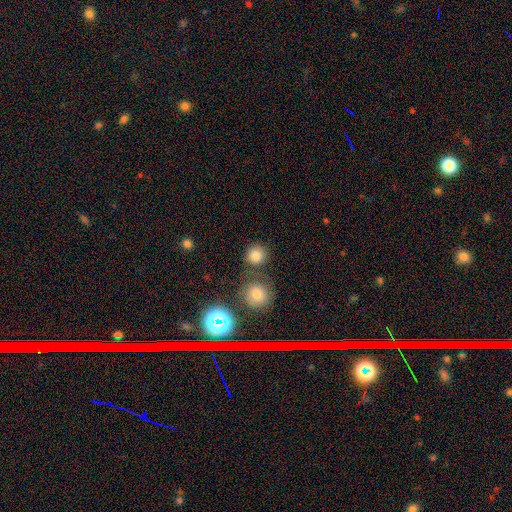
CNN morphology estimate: smooth-or-featured: smooth: 80% | star or artifact: 14% | featured or disk: 6%
  how-rounded: round: 91% | in between: 8% | cigar-shaped: 1%
  merging: none: 75% | merger: 13% | minor disturbance: 9% | major disturbance: 4%